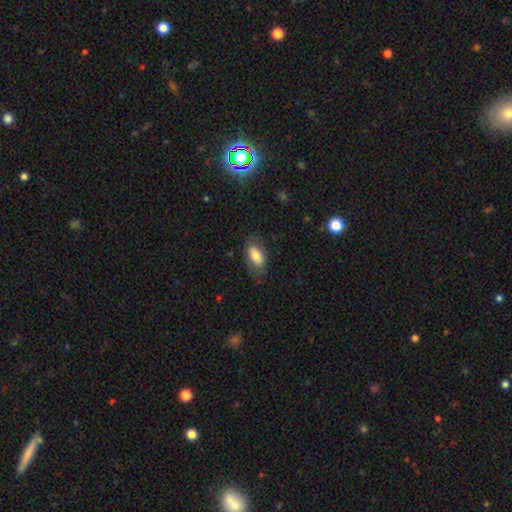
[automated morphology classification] Smooth or featured? smooth (74%)
How rounded? in between (91%)
Merging? none (70%)